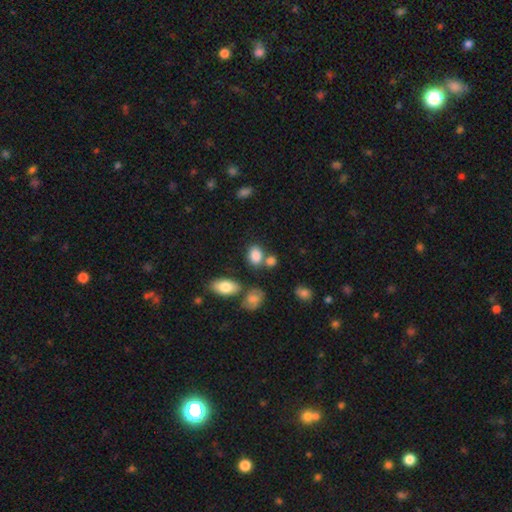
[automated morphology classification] This is clearly a smooth galaxy (83%). How rounded: likely in between (72%). Merging: possibly none (60%).